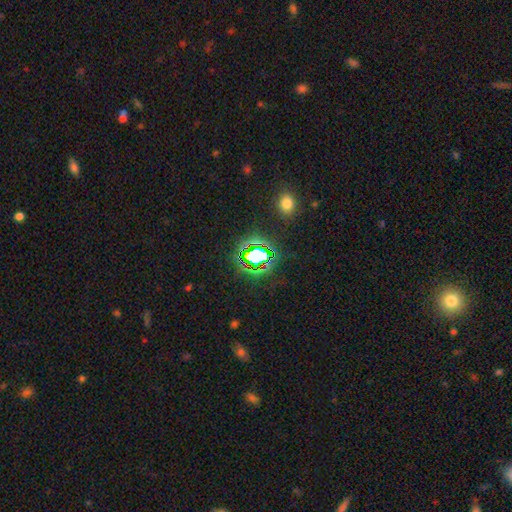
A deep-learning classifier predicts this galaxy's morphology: smooth_or_featured: star or artifact (p=0.72) [alt: smooth p=0.17]